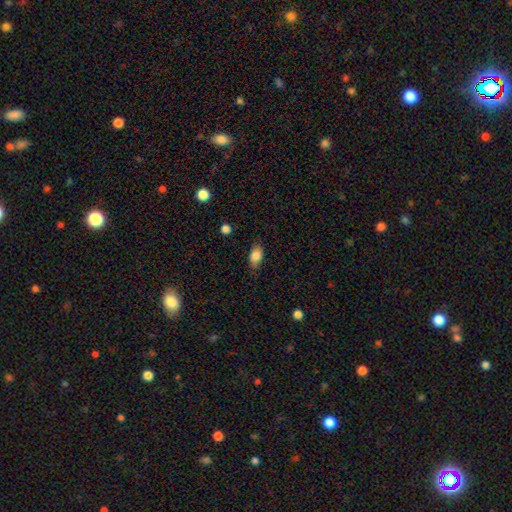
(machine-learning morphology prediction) This is clearly a smooth galaxy (85%). How rounded: clearly in between (88%). Merging: likely none (79%).